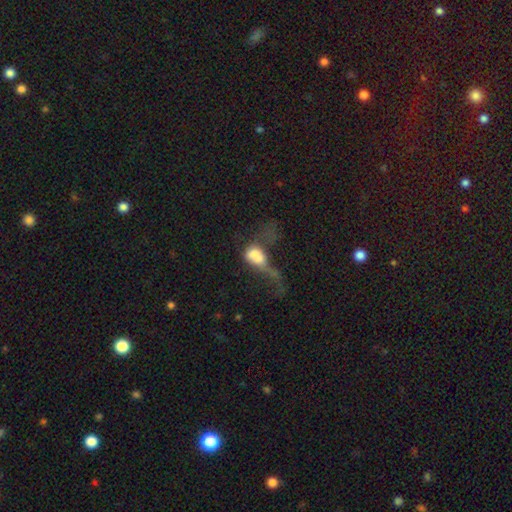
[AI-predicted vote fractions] Overall: smooth (55%; featured or disk 34%). How rounded: in between (67%). Merging: merger (48%; major disturbance 35%).